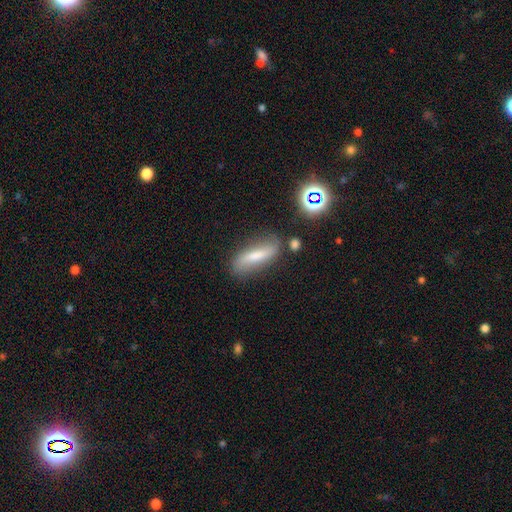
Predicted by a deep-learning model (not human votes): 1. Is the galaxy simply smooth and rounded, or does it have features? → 51% smooth, 36% featured or disk, 13% star or artifact.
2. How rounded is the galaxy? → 59% cigar-shaped, 38% in between, 4% round.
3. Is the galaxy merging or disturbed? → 70% none, 19% minor disturbance, 6% major disturbance, 5% merger.